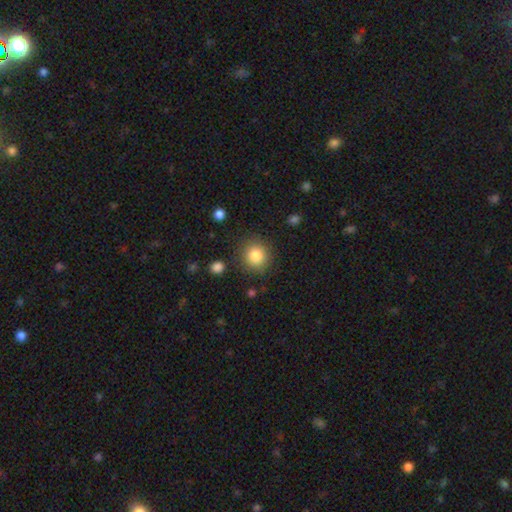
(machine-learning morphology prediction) This is clearly a smooth galaxy (84%). How rounded: clearly round (91%). Merging: clearly none (86%).